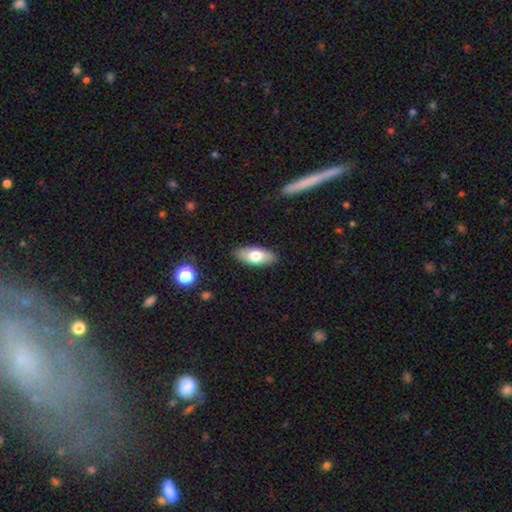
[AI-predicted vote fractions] This is likely a smooth galaxy (70%). How rounded: clearly in between (85%). Merging: clearly none (88%).